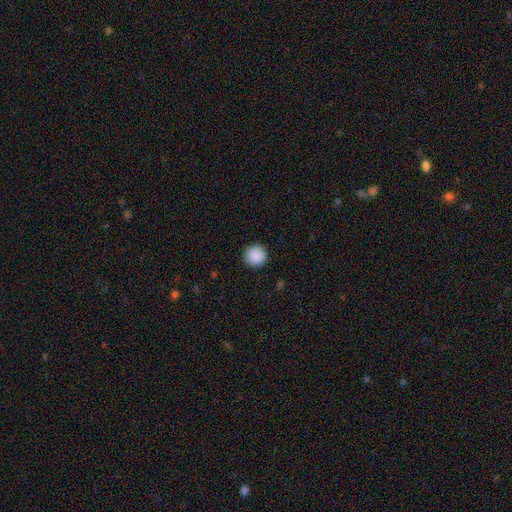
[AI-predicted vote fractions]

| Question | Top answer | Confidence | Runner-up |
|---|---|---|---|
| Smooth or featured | smooth | 89% | star or artifact (8%) |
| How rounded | round | 95% | in between (4%) |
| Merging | none | 91% | minor disturbance (6%) |